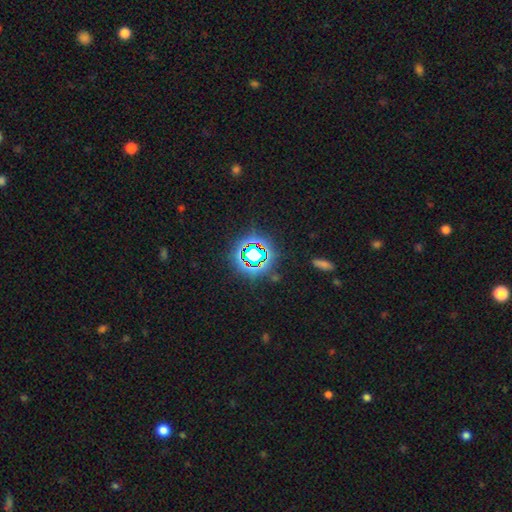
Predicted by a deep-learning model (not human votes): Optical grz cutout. It shows a star or artifact, not a galaxy (71%).